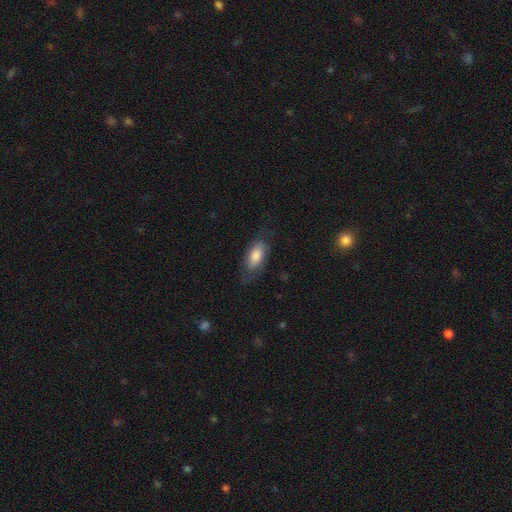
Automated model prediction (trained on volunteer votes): Smooth or featured? smooth (75%)
How rounded? in between (86%)
Merging? none (67%)